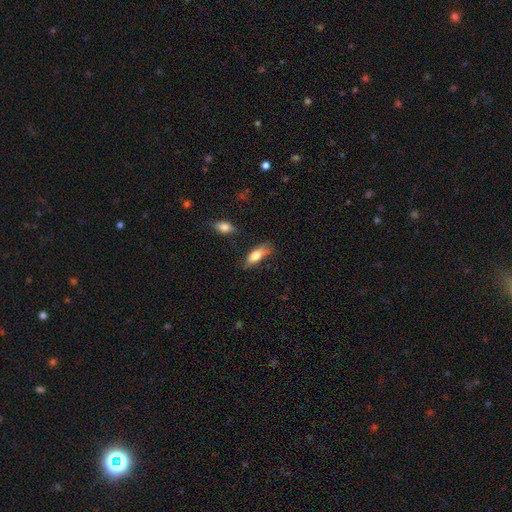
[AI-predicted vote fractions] A smooth galaxy with no disk features (79%) that is in between round and cigar-shaped (72%). Merging: none (59%).